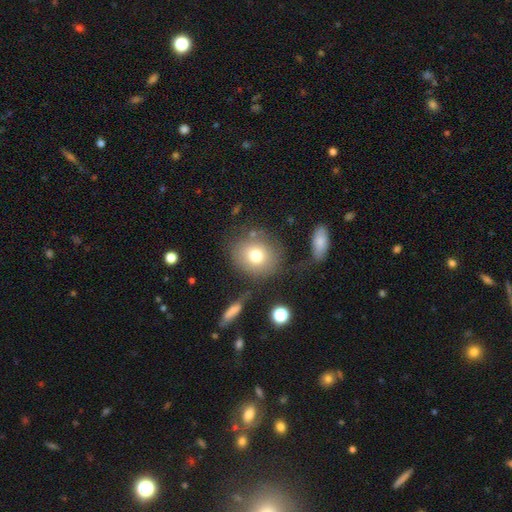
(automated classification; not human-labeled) Q: Smooth or featured?
A: smooth (75%); runner-up: featured or disk (15%)
Q: How rounded?
A: round (80%); runner-up: in between (19%)
Q: Merging?
A: none (67%); runner-up: minor disturbance (16%)